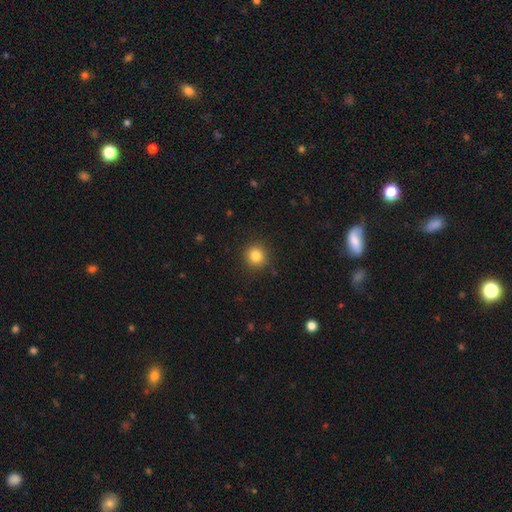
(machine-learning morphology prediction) Smooth or featured: smooth — 82% (star or artifact — 12%)
How rounded: round — 93% (in between — 6%)
Merging: none — 89% (minor disturbance — 7%)